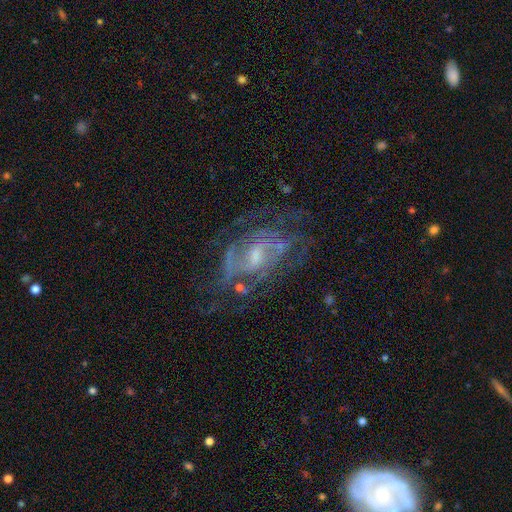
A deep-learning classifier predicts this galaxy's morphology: This appears to be a featured or disk galaxy (82%) with a weak bar (48%), medium (43%) spiral arms (85%) and a small central bulge (45%). Merging: none (61%).